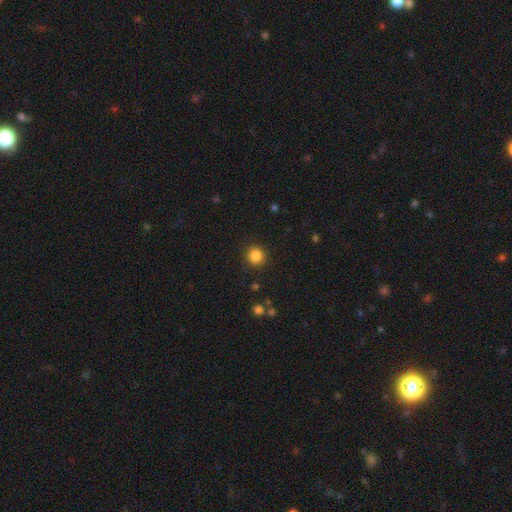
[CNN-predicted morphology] smooth-or-featured: smooth: 85% | star or artifact: 11% | featured or disk: 4%
  how-rounded: round: 91% | in between: 8% | cigar-shaped: 1%
  merging: none: 90% | minor disturbance: 6% | major disturbance: 2% | merger: 1%